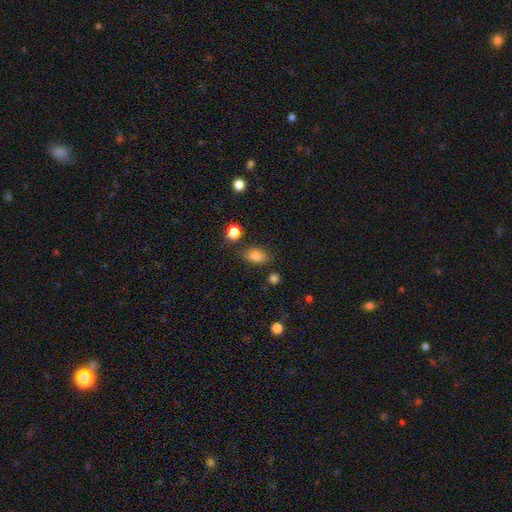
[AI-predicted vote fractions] A smooth galaxy with no disk features (83%) that is in between round and cigar-shaped (84%). Merging: none (79%).